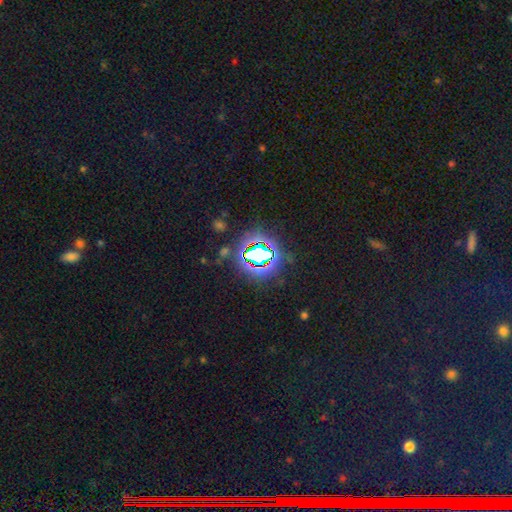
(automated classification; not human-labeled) This is likely a star or artifact rather than a galaxy (69%).